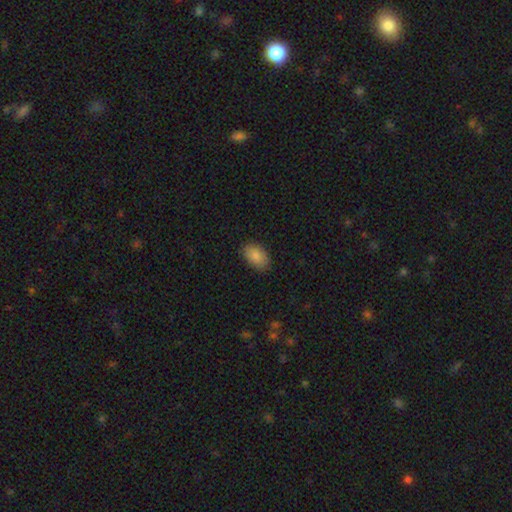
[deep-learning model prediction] smooth-or-featured: smooth: 87% | star or artifact: 7% | featured or disk: 6%
  how-rounded: in between: 91% | round: 8% | cigar-shaped: 1%
  merging: none: 85% | minor disturbance: 11% | major disturbance: 2% | merger: 1%